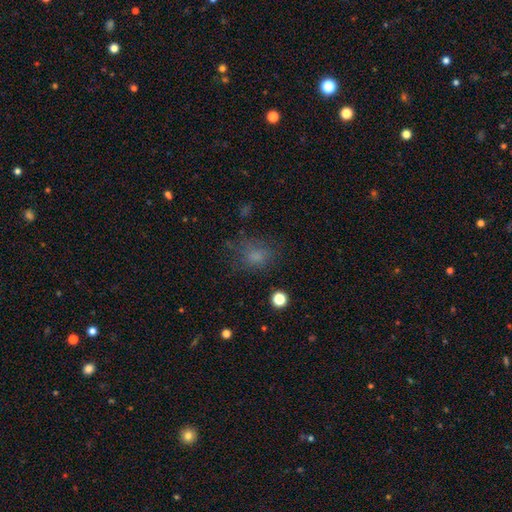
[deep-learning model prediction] Smooth or featured?
  - smooth: 70% *
  - star or artifact: 17%
  - featured or disk: 12%
How rounded?
  - round: 52% *
  - in between: 47%
  - cigar-shaped: 1%
Merging?
  - none: 64% *
  - minor disturbance: 20%
  - major disturbance: 14%
  - merger: 2%